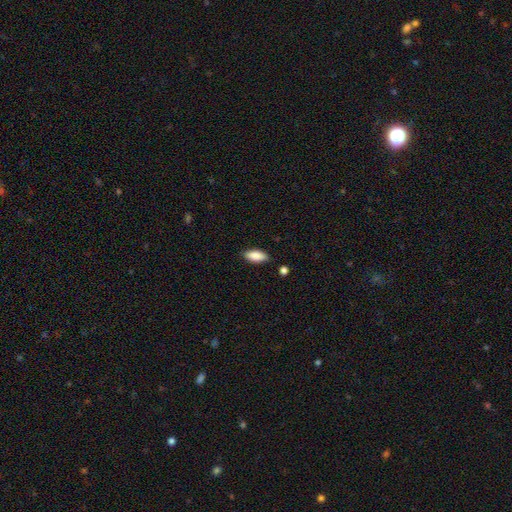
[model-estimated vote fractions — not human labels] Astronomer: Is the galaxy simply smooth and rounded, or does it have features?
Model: smooth — 86%.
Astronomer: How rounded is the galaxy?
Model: in between — 84%.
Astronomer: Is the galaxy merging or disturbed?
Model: none — 85%.